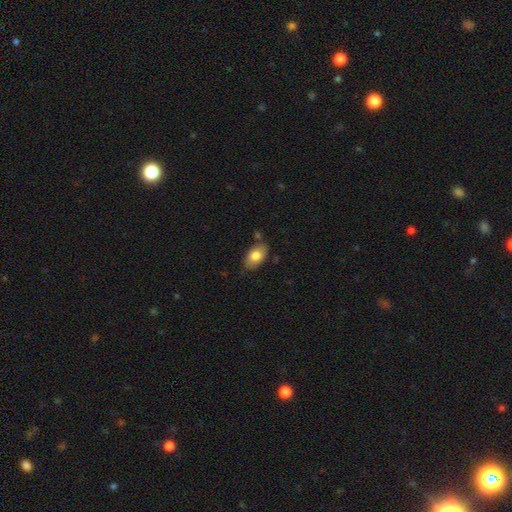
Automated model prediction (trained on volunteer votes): Smooth or featured: smooth — 80% (featured or disk — 13%)
How rounded: in between — 91% (round — 7%)
Merging: none — 75% (minor disturbance — 17%)